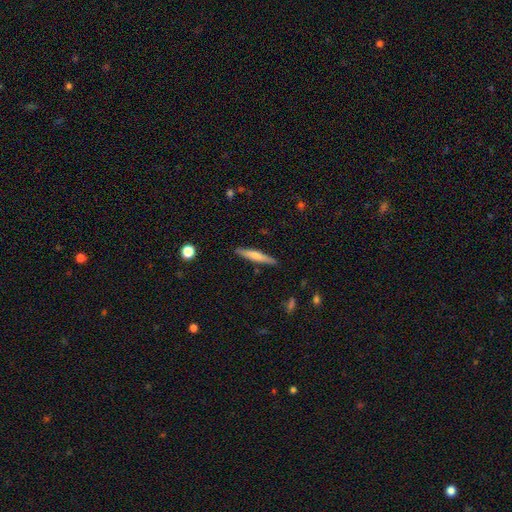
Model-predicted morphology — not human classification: Smooth or featured? Predicted: smooth (p=0.58). How rounded? Predicted: cigar-shaped (p=0.93). Merging? Predicted: none (p=0.88).